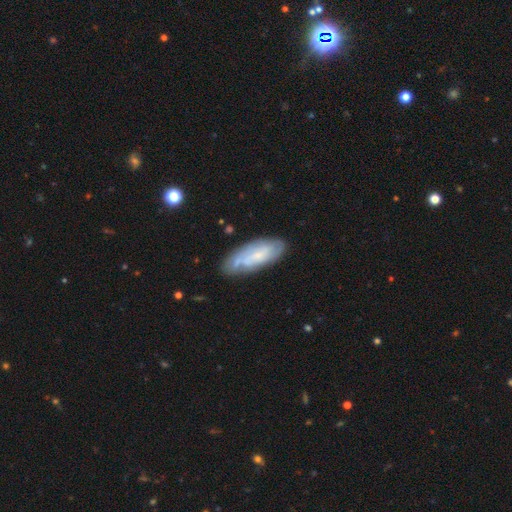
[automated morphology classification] smooth-or-featured: featured or disk: 50% | smooth: 43% | star or artifact: 7%
  disk-edge-on: no: 85% | yes: 15%
  merging: none: 70% | minor disturbance: 21% | major disturbance: 5% | merger: 4%